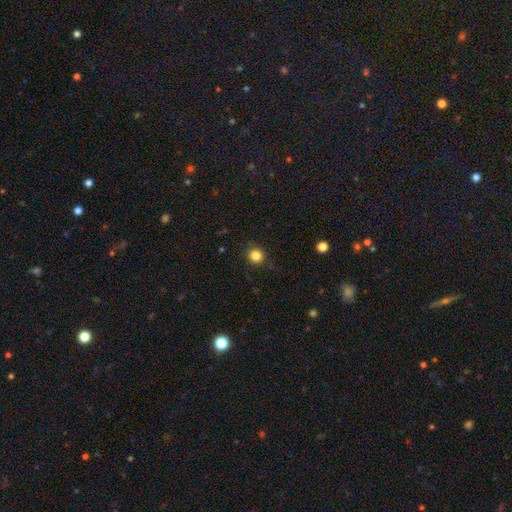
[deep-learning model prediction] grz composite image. It shows a smooth galaxy with no disk features (84%) that is round (91%). Merging: none (89%).